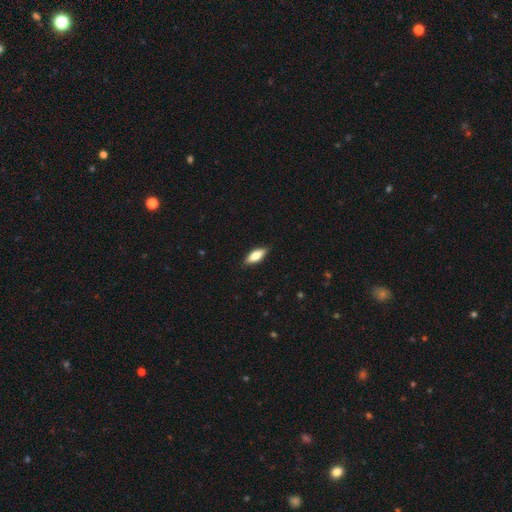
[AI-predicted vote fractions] A smooth galaxy with no disk features (68%) that is in between round and cigar-shaped (68%).

Vote fractions:
- Smooth or featured? smooth: 68% / featured or disk: 25% / star or artifact: 6%
- How rounded? in between: 68% / cigar-shaped: 30% / round: 2%
- Merging? none: 88% / minor disturbance: 9% / major disturbance: 2% / merger: 1%